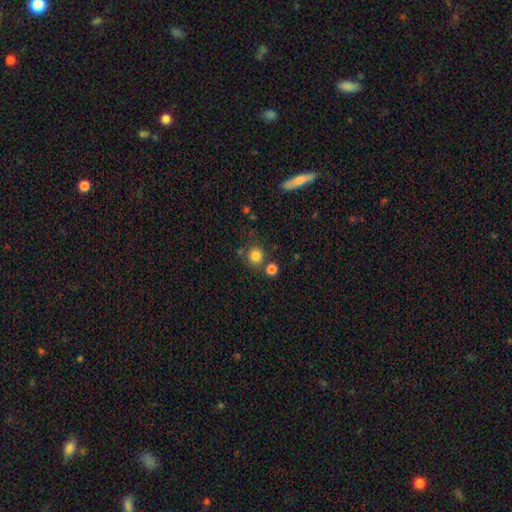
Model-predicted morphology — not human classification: The model was most divided on "merging": none: 74%, merger: 12%, minor disturbance: 10%, major disturbance: 4%. More confident: how rounded — round (90%); smooth or featured — smooth (82%).